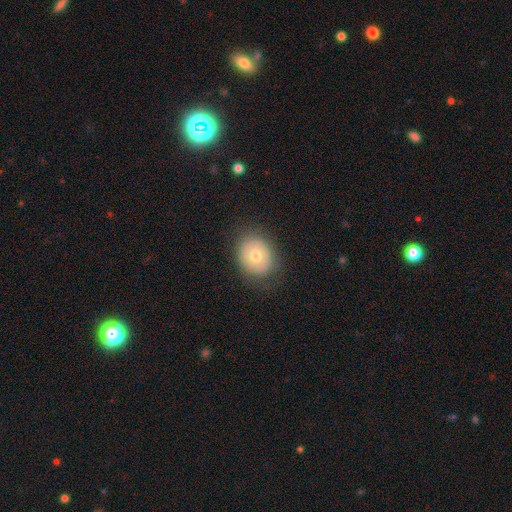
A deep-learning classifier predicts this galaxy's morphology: smooth-or-featured: smooth: 64% | featured or disk: 28% | star or artifact: 8%
  how-rounded: round: 62% | in between: 37% | cigar-shaped: 1%
  merging: none: 84% | minor disturbance: 11% | major disturbance: 4% | merger: 1%